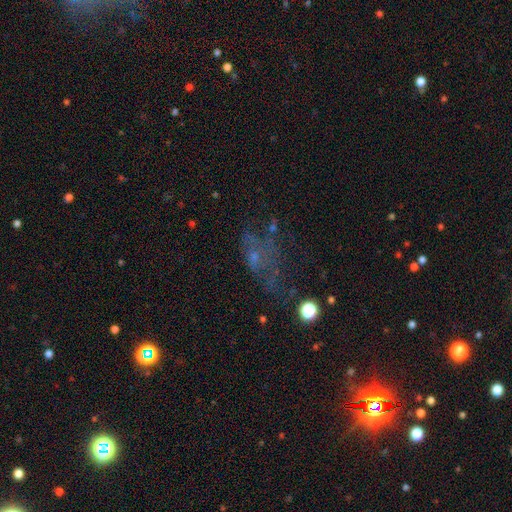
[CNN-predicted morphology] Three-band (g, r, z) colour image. It shows a featured or disk galaxy (40%). Merging: none (39%).